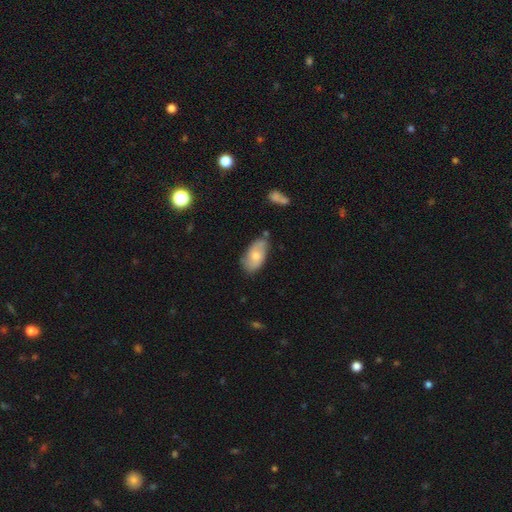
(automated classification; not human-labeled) Morphology: type=smooth (57%); roundness=in between (92%); merging=none (65%).